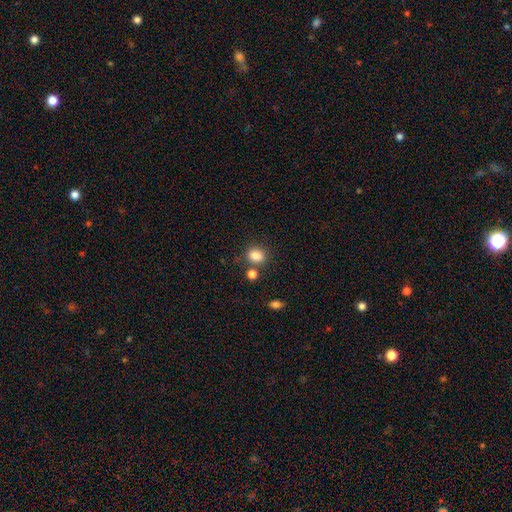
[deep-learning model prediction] smooth 85%, star or artifact 11%, featured or disk 5%. Down the decision tree: how rounded — in between (52%); merging — none (71%).